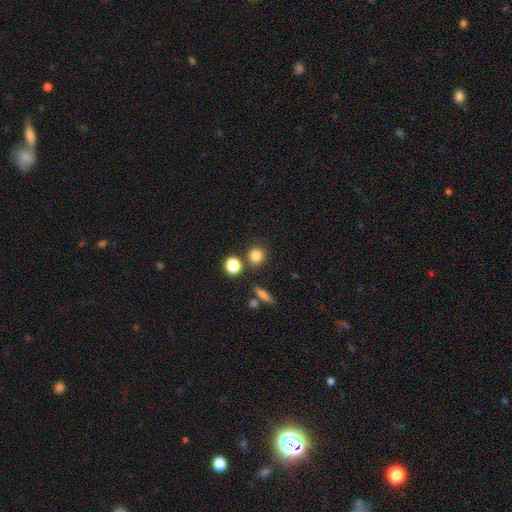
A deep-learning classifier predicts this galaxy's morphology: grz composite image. It shows a smooth galaxy with no disk features (82%) that is round (87%). Merging: none (79%).